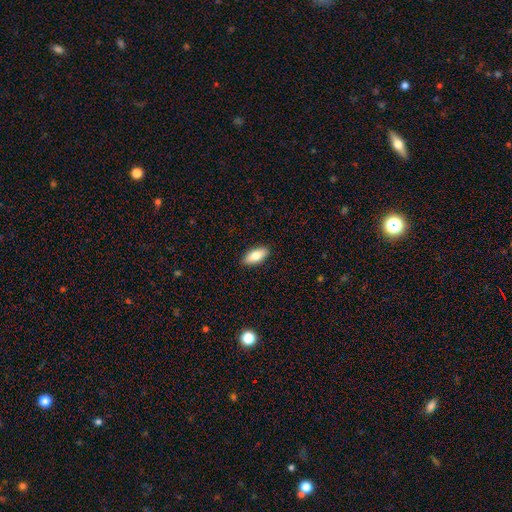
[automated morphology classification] Smooth or featured: smooth — 81% (featured or disk — 13%)
How rounded: in between — 85% (cigar-shaped — 13%)
Merging: none — 90% (minor disturbance — 8%)